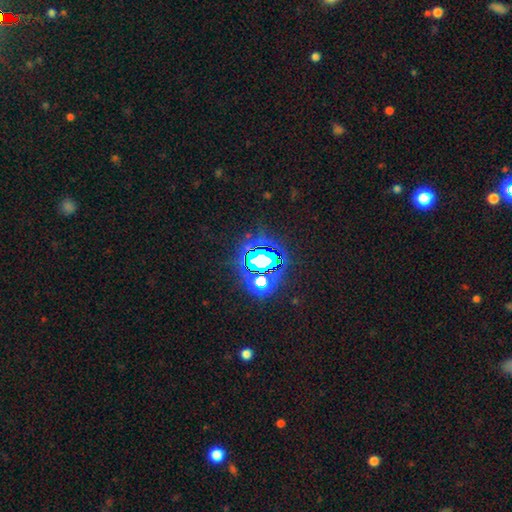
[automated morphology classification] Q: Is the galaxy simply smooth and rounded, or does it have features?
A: star or artifact — 79%.